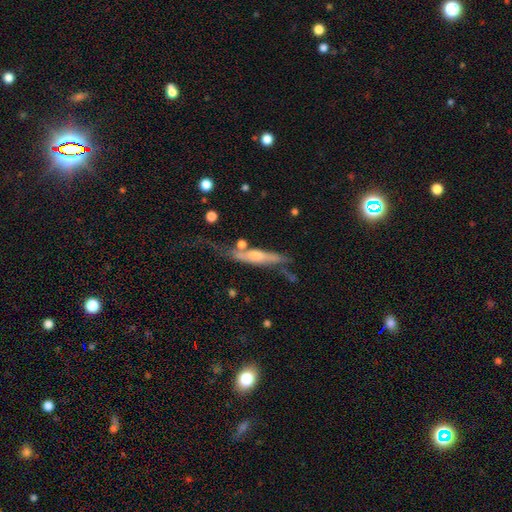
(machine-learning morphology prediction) A featured or disk galaxy (60%) viewed edge-on (76%).

Vote fractions:
- Smooth or featured? featured or disk: 60% / smooth: 33% / star or artifact: 8%
- Edge-on disk? yes: 76% / no: 24%
- Merging? none: 42% / minor disturbance: 25% / major disturbance: 21% / merger: 12%